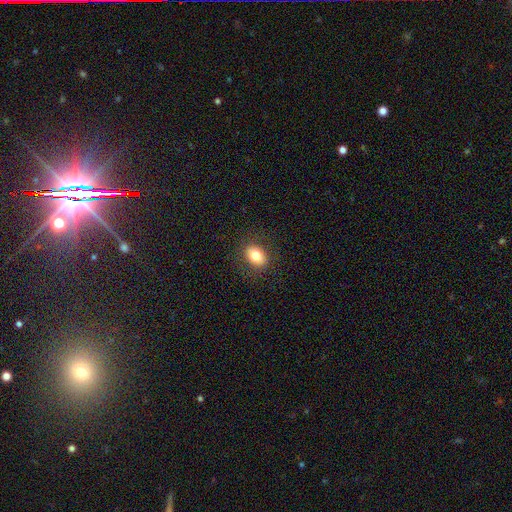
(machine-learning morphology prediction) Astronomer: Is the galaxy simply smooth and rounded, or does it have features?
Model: smooth — 80%.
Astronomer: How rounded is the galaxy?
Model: in between — 64%.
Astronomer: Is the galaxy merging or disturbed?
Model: none — 87%.